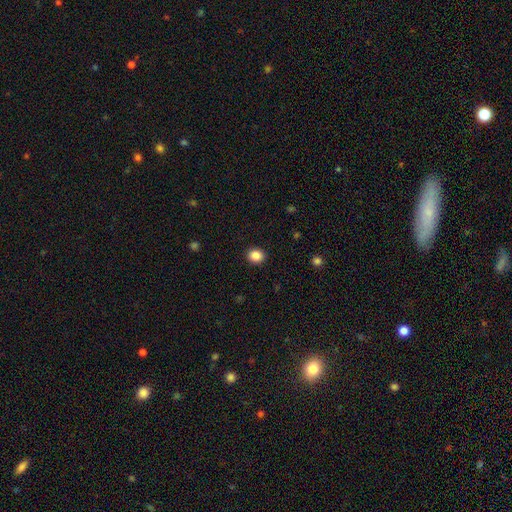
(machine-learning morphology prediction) type=smooth (86%); roundness=round (71%); merging=none (92%).